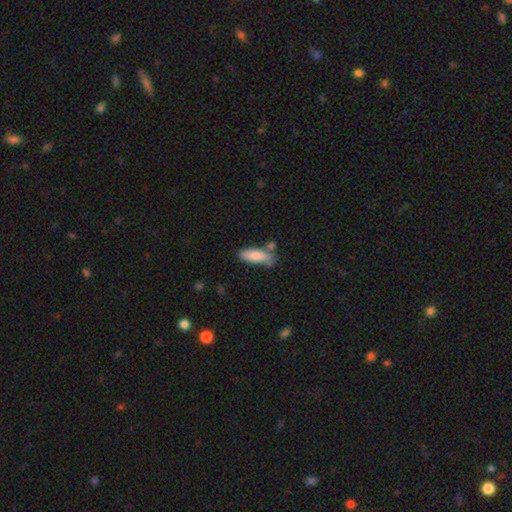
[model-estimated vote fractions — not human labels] This is clearly a smooth galaxy (82%). How rounded: possibly in between (56%). Merging: possibly none (55%).